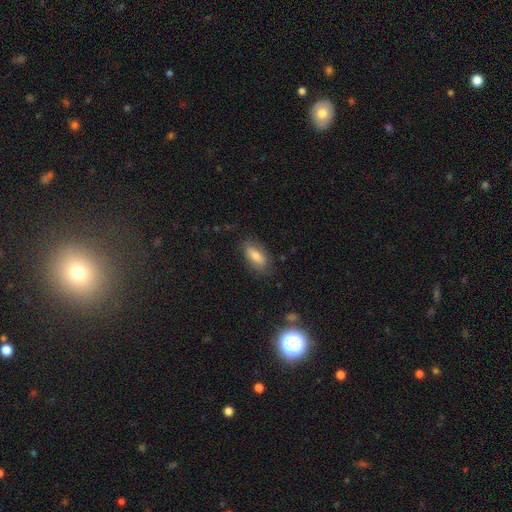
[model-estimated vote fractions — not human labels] Morphology: type=smooth (68%); roundness=in between (83%); merging=none (76%).